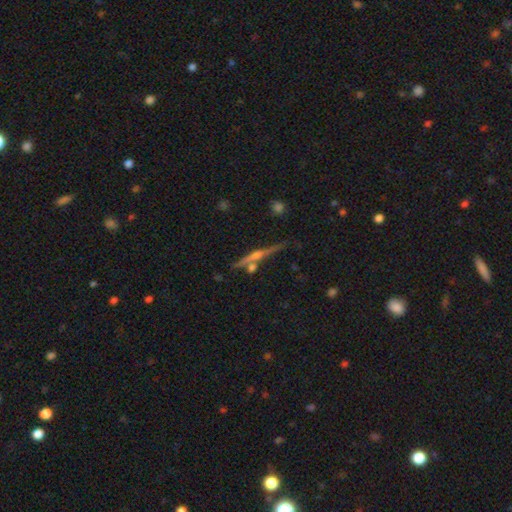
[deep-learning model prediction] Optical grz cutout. It shows a featured or disk galaxy (78%) viewed edge-on (97%) with a rounded central bulge (85%). Merging: none (79%).